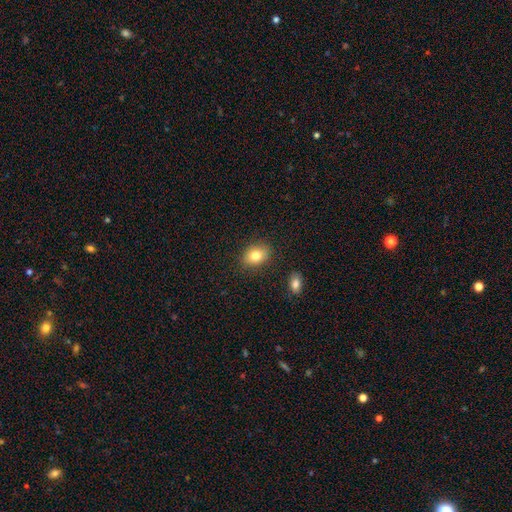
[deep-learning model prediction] A smooth galaxy with no disk features (81%) that is in between round and cigar-shaped (71%). Merging: none (85%).